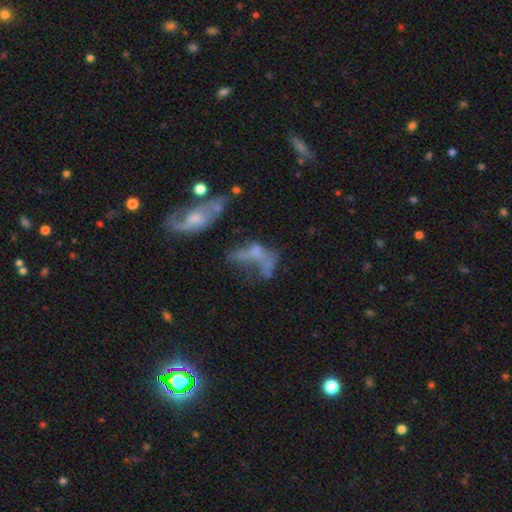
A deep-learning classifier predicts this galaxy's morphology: featured or disk 47%, smooth 32%, star or artifact 21%. Down the decision tree: merging — merger (35%).